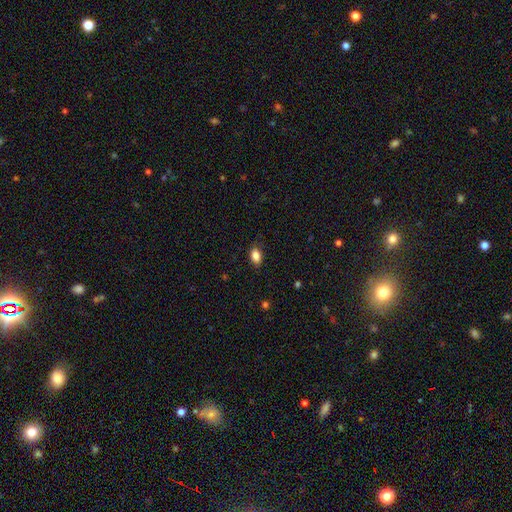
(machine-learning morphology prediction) This is clearly a smooth galaxy (86%). How rounded: clearly in between (85%). Merging: clearly none (83%).